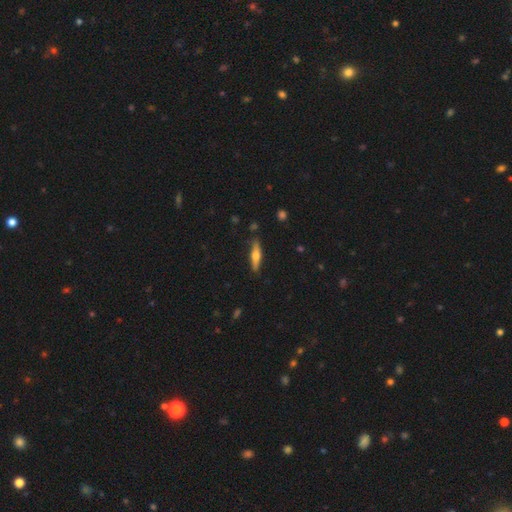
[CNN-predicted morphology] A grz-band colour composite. It shows a featured or disk galaxy (49%). Merging: none (84%).